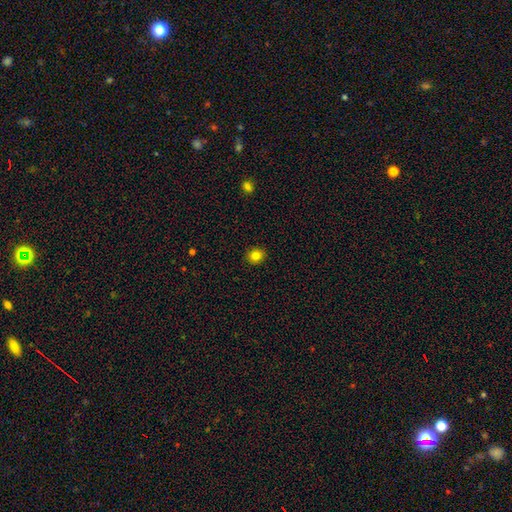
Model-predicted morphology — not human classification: Smooth or featured? smooth (82%)
How rounded? round (86%)
Merging? none (92%)